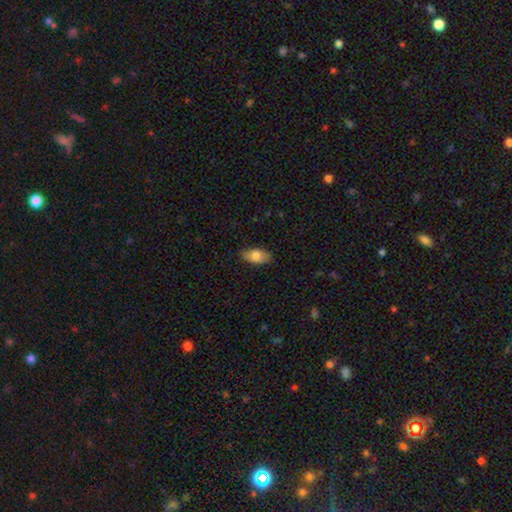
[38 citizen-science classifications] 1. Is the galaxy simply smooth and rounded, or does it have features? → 79% smooth, 16% featured or disk, 5% star or artifact.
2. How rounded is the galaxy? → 93% in between, 3% round, 3% cigar-shaped.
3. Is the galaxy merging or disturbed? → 86% none, 11% minor disturbance, 3% merger, 0% major disturbance.